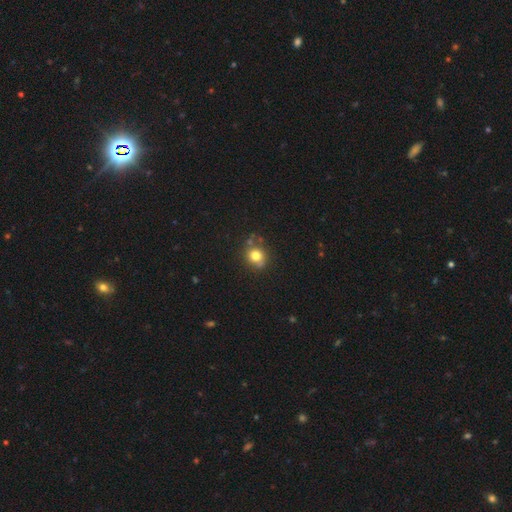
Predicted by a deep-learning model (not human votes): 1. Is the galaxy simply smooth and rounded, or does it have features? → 76% smooth, 13% star or artifact, 11% featured or disk.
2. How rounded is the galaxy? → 83% round, 16% in between, 1% cigar-shaped.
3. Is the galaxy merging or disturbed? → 73% none, 14% minor disturbance, 9% merger, 4% major disturbance.